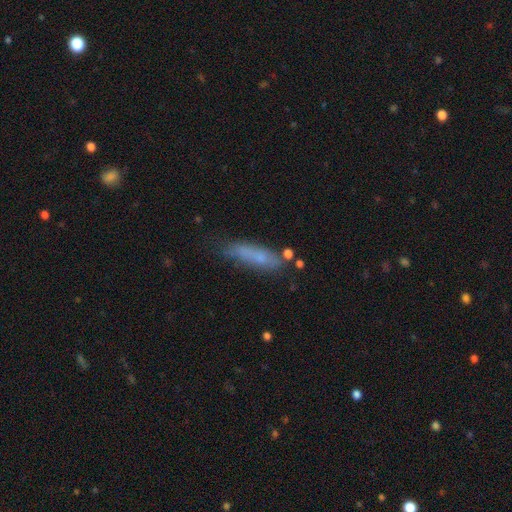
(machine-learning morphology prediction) Q: Smooth or featured?
A: smooth (66%); runner-up: featured or disk (24%)
Q: How rounded?
A: cigar-shaped (71%); runner-up: in between (27%)
Q: Merging?
A: none (62%); runner-up: minor disturbance (24%)